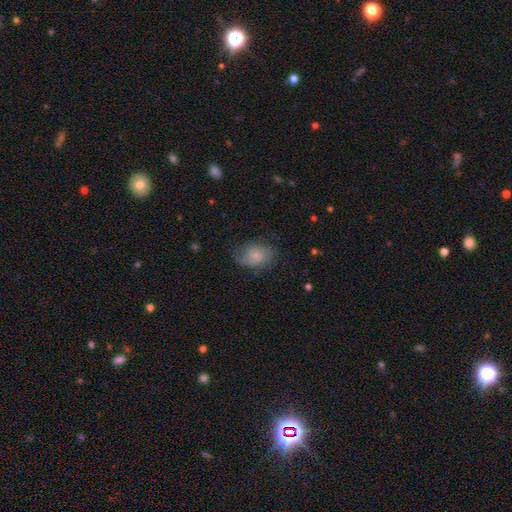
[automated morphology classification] smooth-or-featured: smooth: 65% | featured or disk: 27% | star or artifact: 8%
  how-rounded: in between: 70% | round: 29% | cigar-shaped: 1%
  merging: none: 58% | minor disturbance: 27% | major disturbance: 13% | merger: 1%